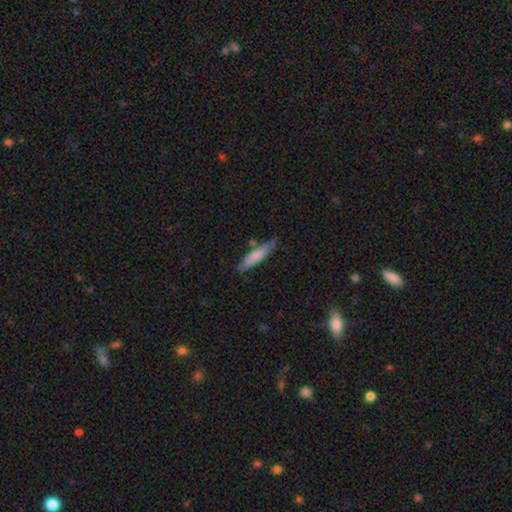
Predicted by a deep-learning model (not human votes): smooth_or_featured: smooth (p=0.70) [alt: featured or disk p=0.25]
how_rounded: cigar-shaped (p=0.74) [alt: in between p=0.25]
merging: none (p=0.72) [alt: minor disturbance p=0.19]